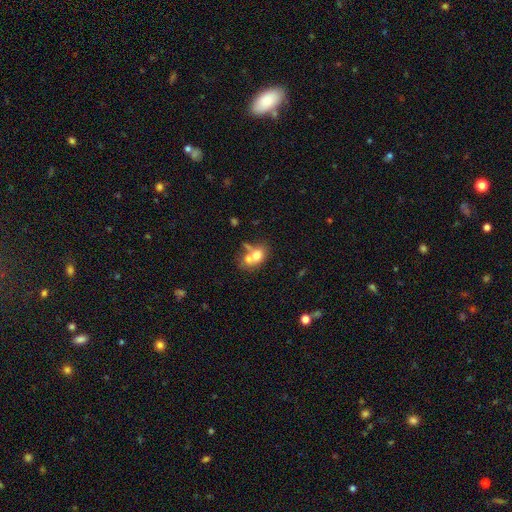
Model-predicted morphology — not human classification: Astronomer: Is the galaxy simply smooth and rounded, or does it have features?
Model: smooth — 69%.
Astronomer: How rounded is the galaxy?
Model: in between — 58% (runner-up: round, 41%).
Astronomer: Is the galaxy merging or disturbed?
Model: merger — 56%.